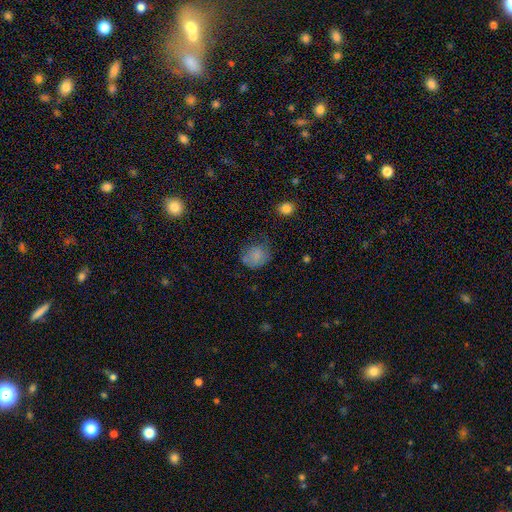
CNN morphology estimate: smooth 78%, featured or disk 12%, star or artifact 10%. Down the decision tree: how rounded — round (65%); merging — none (51%).